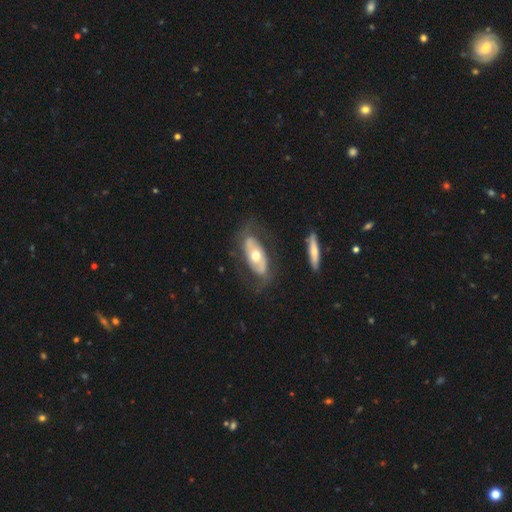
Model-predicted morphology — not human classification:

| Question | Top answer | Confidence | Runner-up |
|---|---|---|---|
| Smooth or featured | featured or disk | 62% | smooth (33%) |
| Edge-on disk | no | 86% | yes (14%) |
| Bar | no | 74% | weak (15%) |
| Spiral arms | no | 57% | yes (43%) |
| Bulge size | moderate | 75% | small (12%) |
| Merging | none | 70% | minor disturbance (16%) |